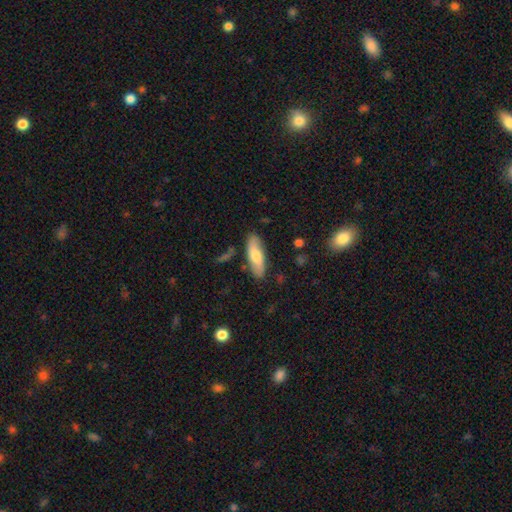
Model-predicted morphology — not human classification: This appears to be a smooth galaxy with no disk features (64%) that is in between round and cigar-shaped (61%). Merging: none (81%).